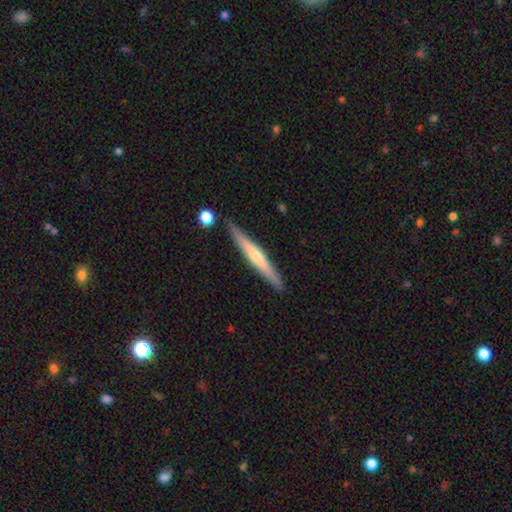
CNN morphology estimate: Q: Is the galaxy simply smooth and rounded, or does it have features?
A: featured or disk — 51%.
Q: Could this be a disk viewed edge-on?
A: yes — 96%.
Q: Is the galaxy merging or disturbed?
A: none — 86%.